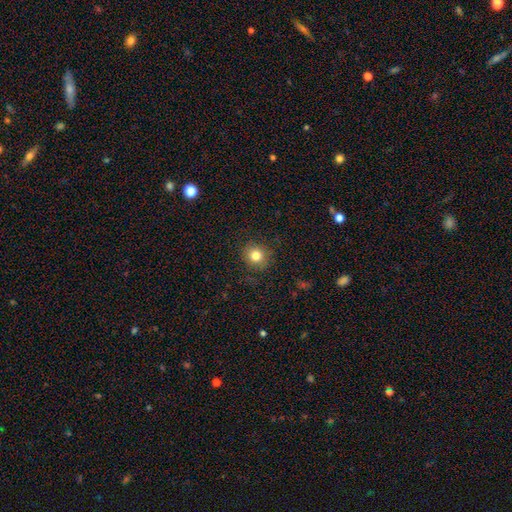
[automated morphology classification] smooth_or_featured: smooth (p=0.82) [alt: star or artifact p=0.12]
how_rounded: round (p=0.85) [alt: in between p=0.14]
merging: none (p=0.87) [alt: minor disturbance p=0.09]